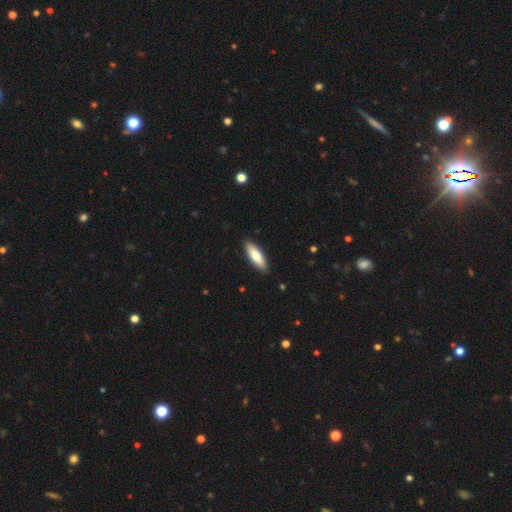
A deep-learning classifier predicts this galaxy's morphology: Smooth or featured: smooth — 70% (featured or disk — 24%)
How rounded: in between — 51% (cigar-shaped — 47%)
Merging: none — 89% (minor disturbance — 8%)